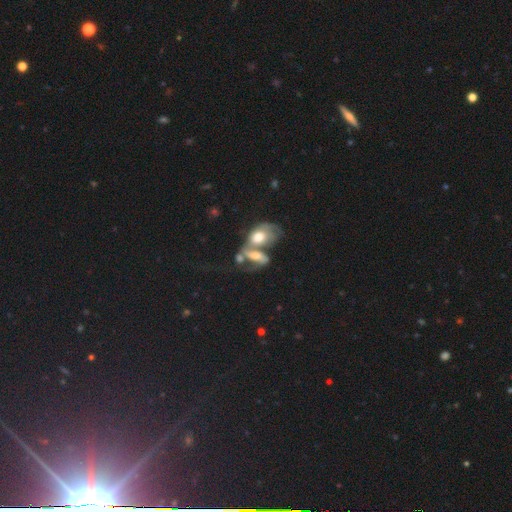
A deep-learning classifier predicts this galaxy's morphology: Q: Smooth or featured?
A: featured or disk (53%); runner-up: smooth (37%)
Q: Edge-on disk?
A: no (88%); runner-up: yes (12%)
Q: Merging?
A: merger (72%); runner-up: none (11%)